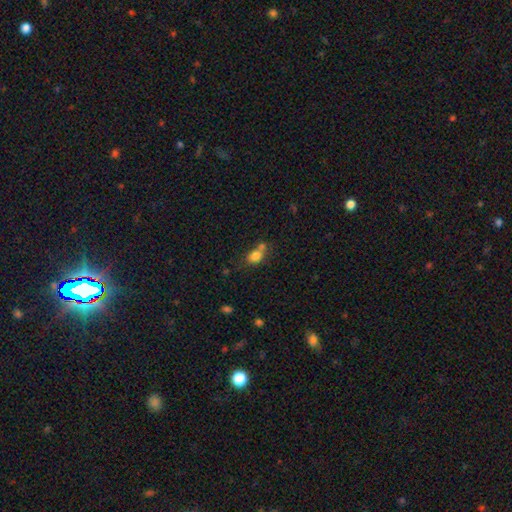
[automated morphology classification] This appears to be a smooth galaxy with no disk features (79%) that is in between round and cigar-shaped (58%). Merging: merger (41%).